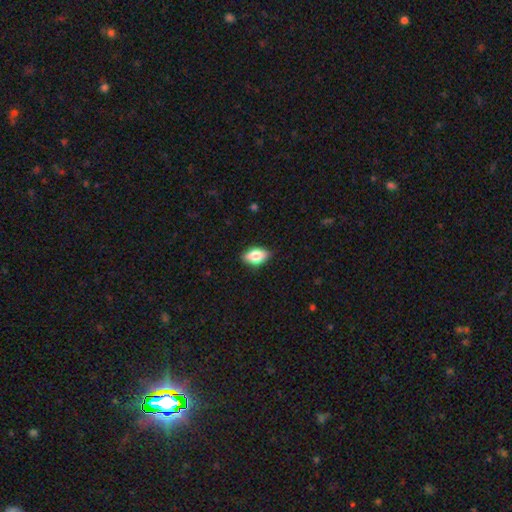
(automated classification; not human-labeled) This is likely a smooth galaxy (77%). How rounded: clearly in between (87%). Merging: clearly none (83%).